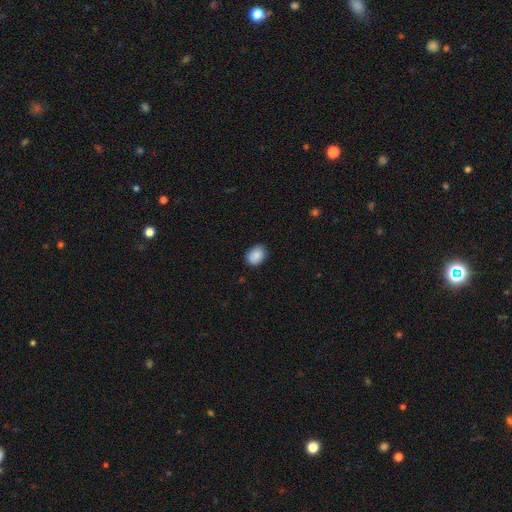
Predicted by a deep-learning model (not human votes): smooth-or-featured: smooth: 85% | star or artifact: 8% | featured or disk: 7%
  how-rounded: in between: 60% | round: 39% | cigar-shaped: 1%
  merging: none: 78% | minor disturbance: 18% | major disturbance: 3% | merger: 1%